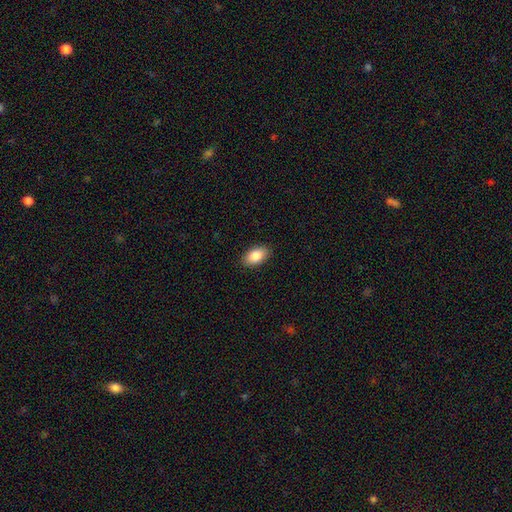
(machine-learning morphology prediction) type=smooth (87%); roundness=in between (94%); merging=none (89%).